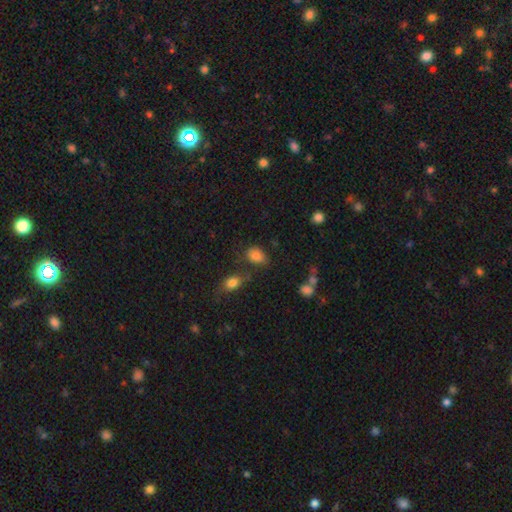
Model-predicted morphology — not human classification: Q: Smooth or featured?
A: smooth (83%); runner-up: star or artifact (11%)
Q: How rounded?
A: in between (75%); runner-up: round (23%)
Q: Merging?
A: none (61%); runner-up: minor disturbance (20%)